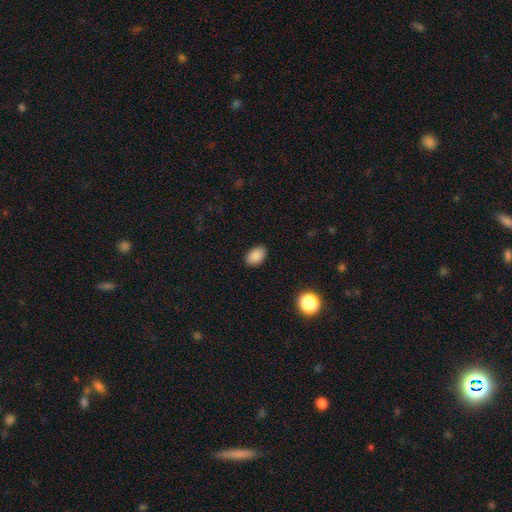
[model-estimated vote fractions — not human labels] smooth-or-featured: smooth: 88% | star or artifact: 9% | featured or disk: 3%
  how-rounded: in between: 86% | round: 13% | cigar-shaped: 1%
  merging: none: 88% | minor disturbance: 8% | major disturbance: 2% | merger: 1%